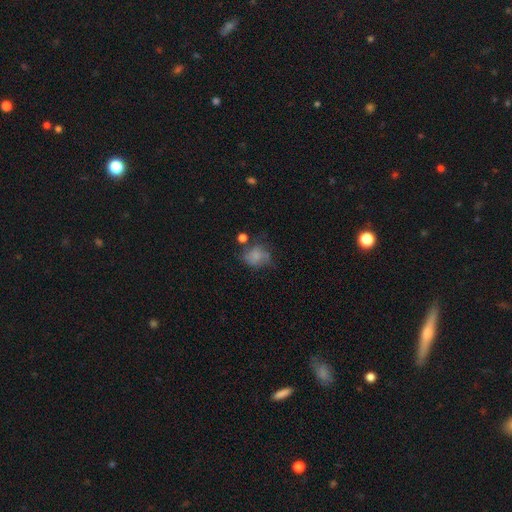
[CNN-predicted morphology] smooth_or_featured: smooth (p=0.61) [alt: featured or disk p=0.27]
how_rounded: round (p=0.55) [alt: in between p=0.44]
merging: none (p=0.43) [alt: minor disturbance p=0.27]